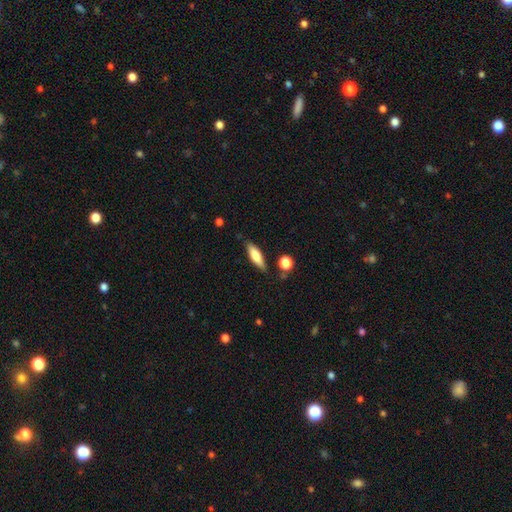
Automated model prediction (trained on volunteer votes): Q: Smooth or featured?
A: smooth (73%); runner-up: featured or disk (21%)
Q: How rounded?
A: cigar-shaped (56%); runner-up: in between (42%)
Q: Merging?
A: none (80%); runner-up: minor disturbance (13%)